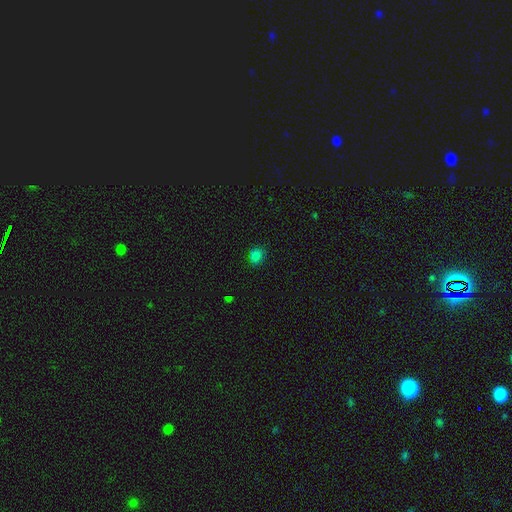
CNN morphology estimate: smooth_or_featured: smooth (p=0.81) [alt: star or artifact p=0.16]
how_rounded: round (p=0.53) [alt: in between p=0.46]
merging: none (p=0.84) [alt: minor disturbance p=0.12]